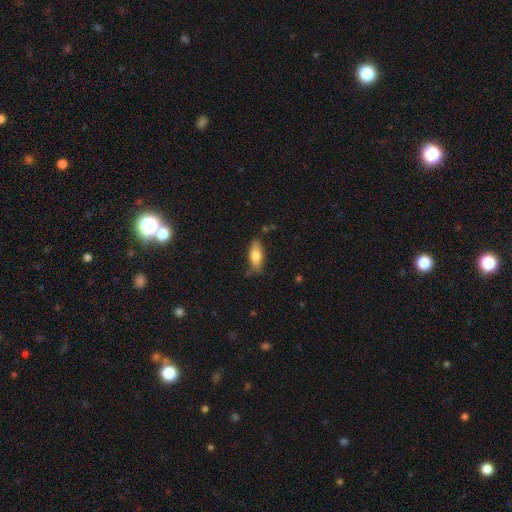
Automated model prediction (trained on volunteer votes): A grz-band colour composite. It shows a smooth galaxy with no disk features (78%) that is in between round and cigar-shaped (77%). Merging: none (76%).